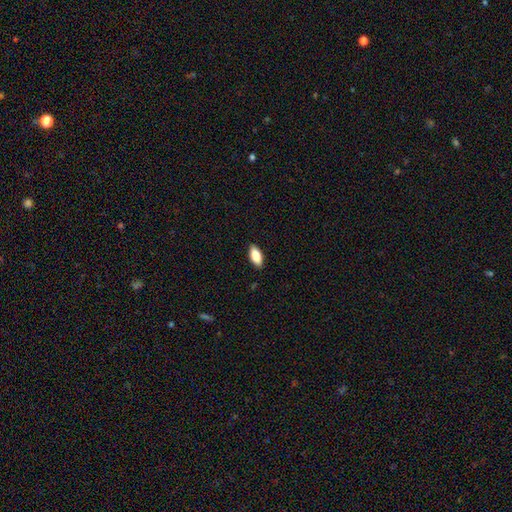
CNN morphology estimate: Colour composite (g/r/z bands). It shows a smooth galaxy with no disk features (80%) that is in between round and cigar-shaped (86%). Merging: none (89%).